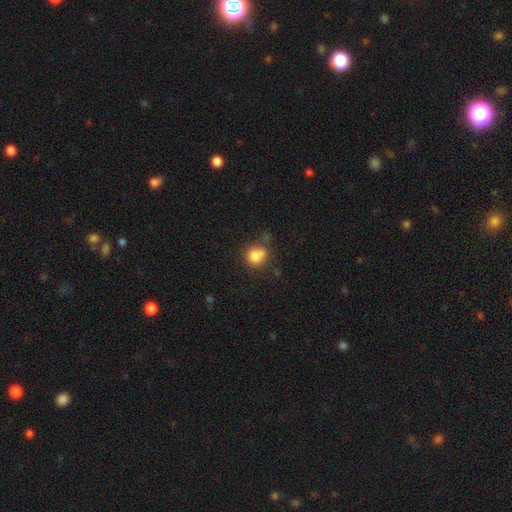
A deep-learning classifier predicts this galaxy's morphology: Smooth or featured? Predicted: smooth (p=0.81). How rounded? Predicted: round (p=0.79). Merging? Predicted: none (p=0.55).